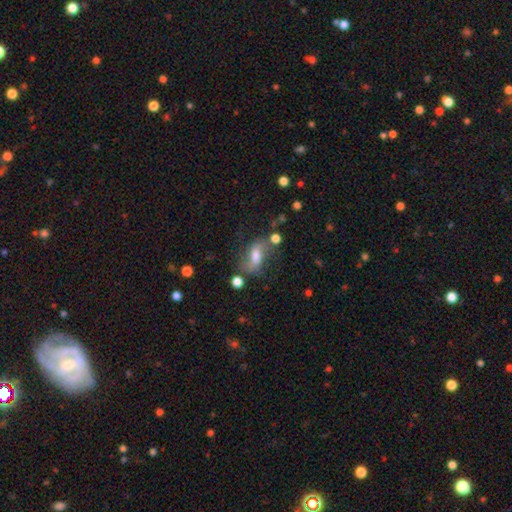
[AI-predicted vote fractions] This appears to be a featured or disk galaxy (47%). Merging: none (54%).